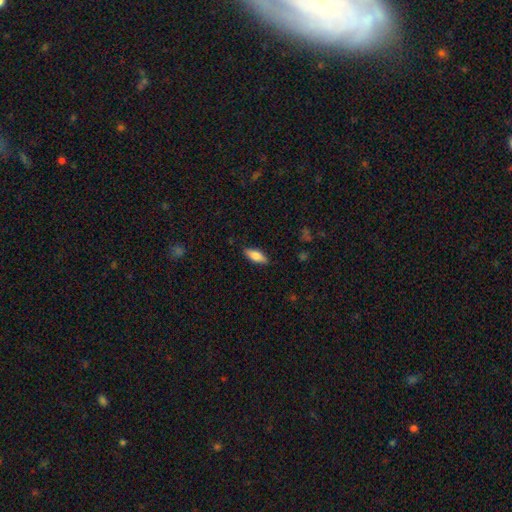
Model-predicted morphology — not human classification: Smooth or featured: smooth — 77% (featured or disk — 17%)
How rounded: in between — 72% (cigar-shaped — 25%)
Merging: none — 86% (minor disturbance — 11%)